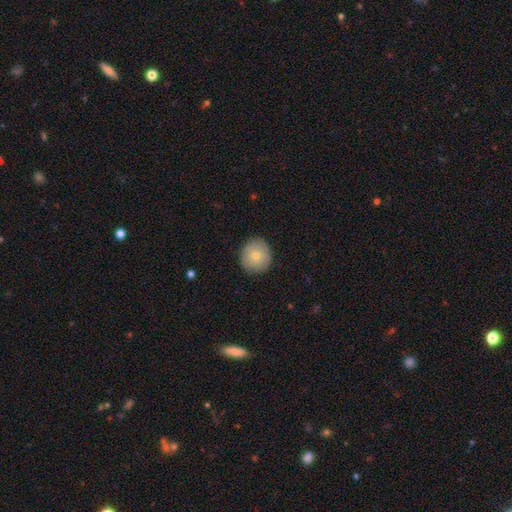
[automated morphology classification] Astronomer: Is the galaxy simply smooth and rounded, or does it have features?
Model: smooth — 78%.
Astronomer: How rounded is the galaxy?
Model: round — 91%.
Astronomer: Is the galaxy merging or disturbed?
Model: none — 89%.